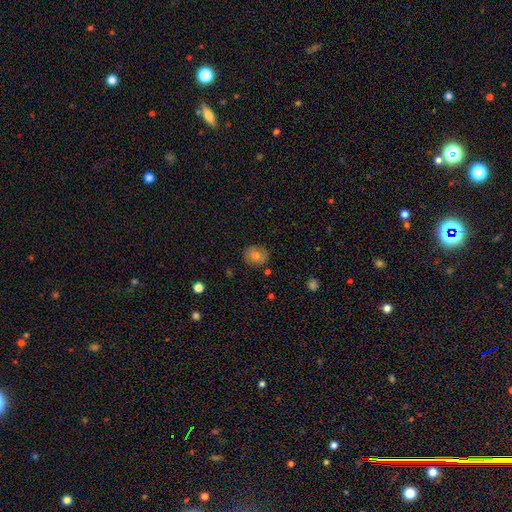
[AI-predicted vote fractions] smooth-or-featured: smooth: 74% | featured or disk: 16% | star or artifact: 11%
  how-rounded: round: 66% | in between: 33% | cigar-shaped: 1%
  merging: none: 84% | minor disturbance: 12% | major disturbance: 3% | merger: 2%